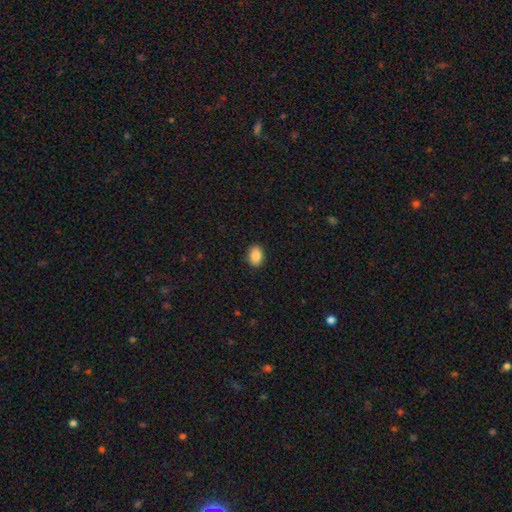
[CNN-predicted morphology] smooth_or_featured: smooth (p=0.87) [alt: star or artifact p=0.08]
how_rounded: in between (p=0.76) [alt: round p=0.23]
merging: none (p=0.89) [alt: minor disturbance p=0.08]